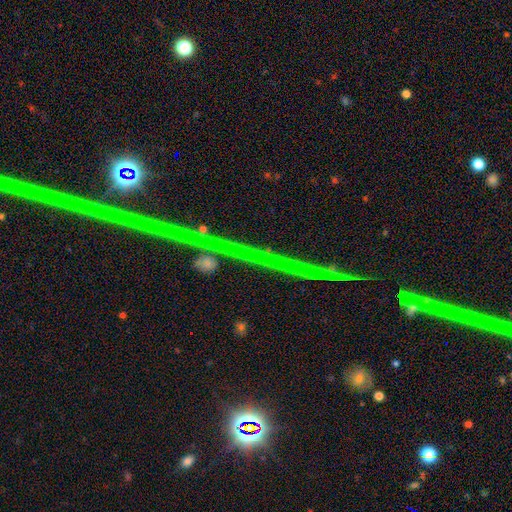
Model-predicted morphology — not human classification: Overall: star or artifact (81%).